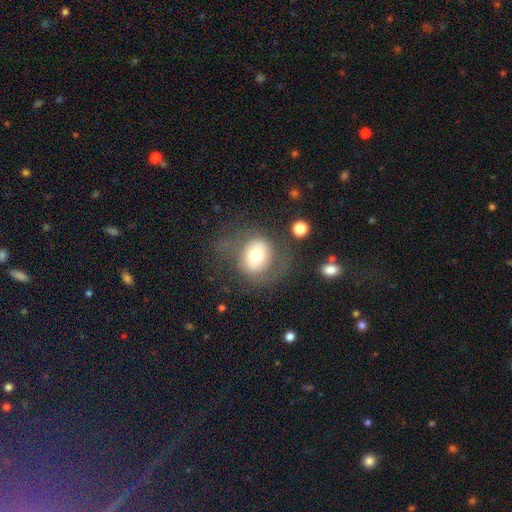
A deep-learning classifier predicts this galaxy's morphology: This is possibly a smooth galaxy (54%). How rounded: likely round (70%). Merging: possibly none (55%).